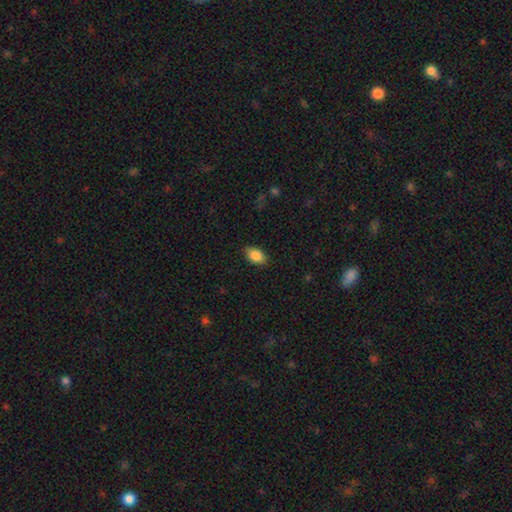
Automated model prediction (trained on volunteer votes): Morphology: type=smooth (86%); roundness=in between (89%); merging=none (87%).